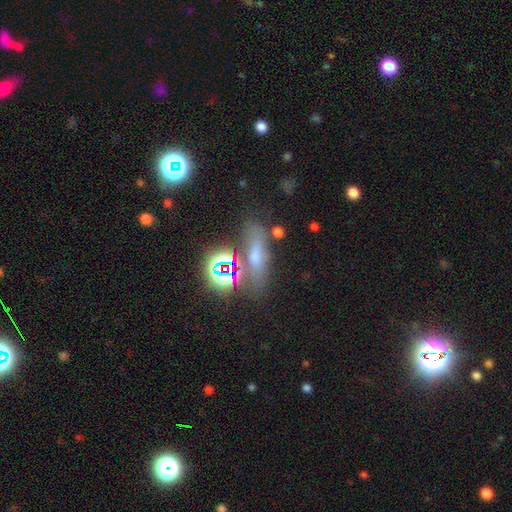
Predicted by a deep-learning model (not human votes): A smooth galaxy with no disk features (51%) that is in between round and cigar-shaped (48%).

Vote fractions:
- Smooth or featured? smooth: 51% / star or artifact: 31% / featured or disk: 18%
- How rounded? in between: 48% / cigar-shaped: 39% / round: 14%
- Merging? none: 63% / minor disturbance: 16% / merger: 12% / major disturbance: 8%